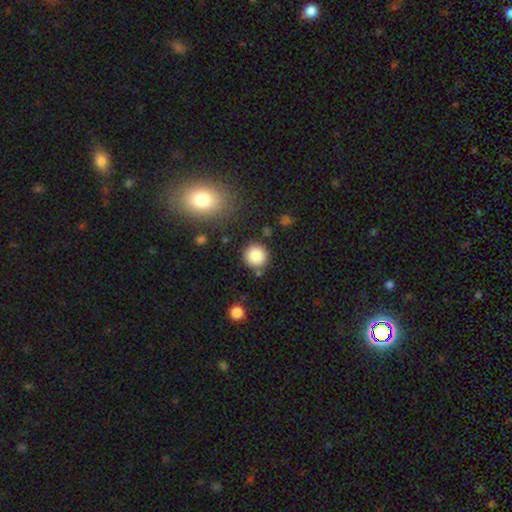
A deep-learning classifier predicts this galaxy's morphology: Smooth or featured: smooth — 86% (star or artifact — 10%)
How rounded: round — 93% (in between — 6%)
Merging: none — 83% (minor disturbance — 9%)